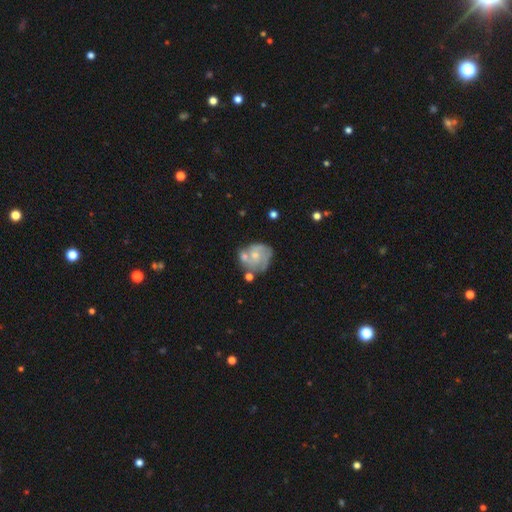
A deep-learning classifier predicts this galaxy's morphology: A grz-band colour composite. It shows a featured or disk galaxy (66%) with no bar (79%), spiral arms (75%) and a small central bulge (50%). Merging: none (41%).